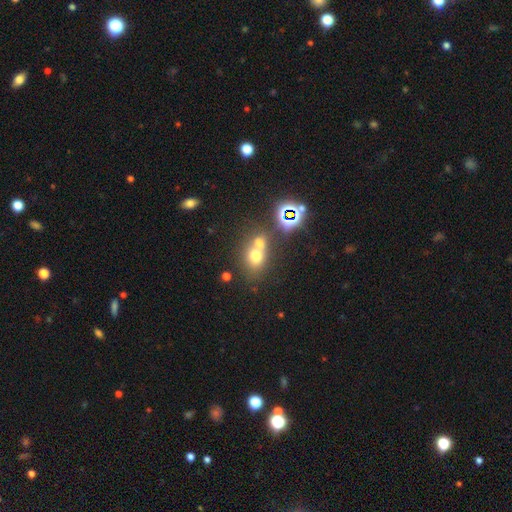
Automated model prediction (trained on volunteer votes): This is likely a smooth galaxy (63%). How rounded: possibly round (59%). Merging: possibly merger (53%).